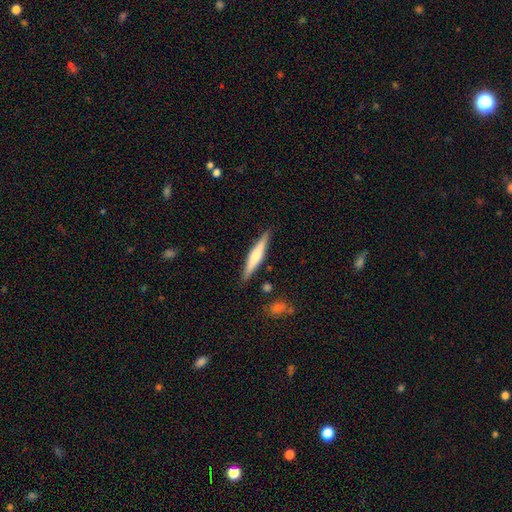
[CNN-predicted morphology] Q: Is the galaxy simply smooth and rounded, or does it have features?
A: featured or disk — 49%.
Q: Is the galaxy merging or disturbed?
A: none — 88%.